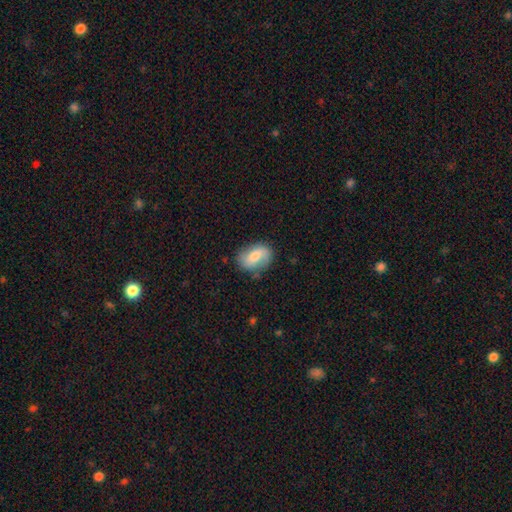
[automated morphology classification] smooth-or-featured: smooth: 55% | featured or disk: 38% | star or artifact: 7%
  how-rounded: in between: 77% | round: 21% | cigar-shaped: 2%
  merging: none: 75% | minor disturbance: 18% | major disturbance: 5% | merger: 2%